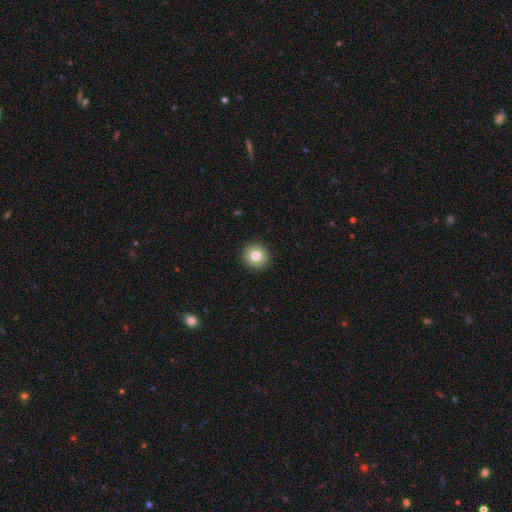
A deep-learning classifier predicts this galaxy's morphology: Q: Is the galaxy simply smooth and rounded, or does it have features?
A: smooth — 79%.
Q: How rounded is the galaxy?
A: round — 94%.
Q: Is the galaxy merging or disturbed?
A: none — 93%.